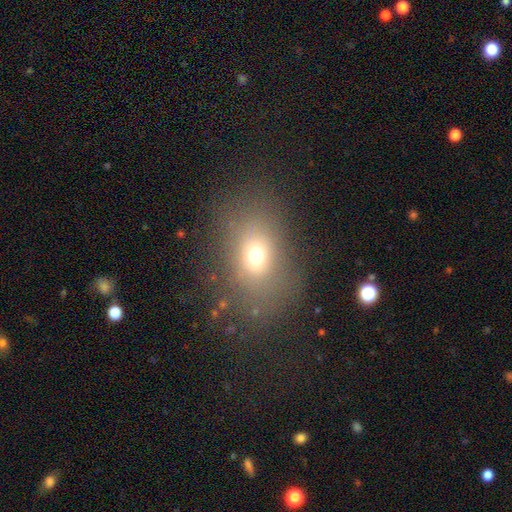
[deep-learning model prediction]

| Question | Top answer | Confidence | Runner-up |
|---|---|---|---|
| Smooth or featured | smooth | 67% | star or artifact (19%) |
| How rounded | in between | 62% | round (36%) |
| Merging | none | 75% | minor disturbance (13%) |